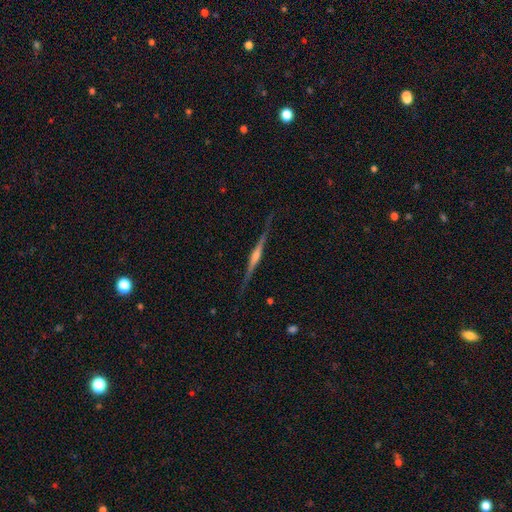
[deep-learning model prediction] A featured or disk galaxy (82%) viewed edge-on (98%) with a rounded central bulge (68%). Merging: none (85%).